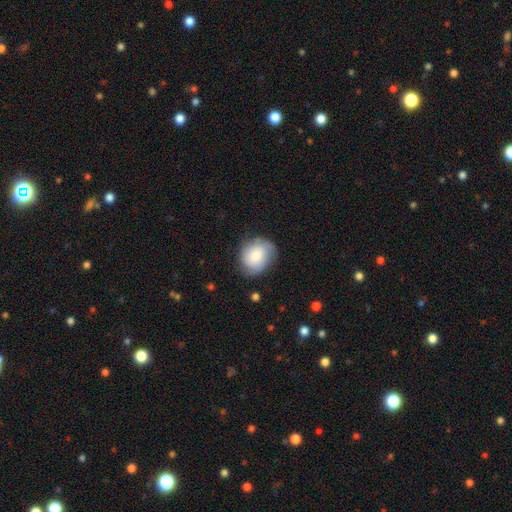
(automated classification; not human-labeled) Smooth or featured: smooth — 72% (featured or disk — 21%)
How rounded: round — 62% (in between — 37%)
Merging: none — 68% (minor disturbance — 24%)